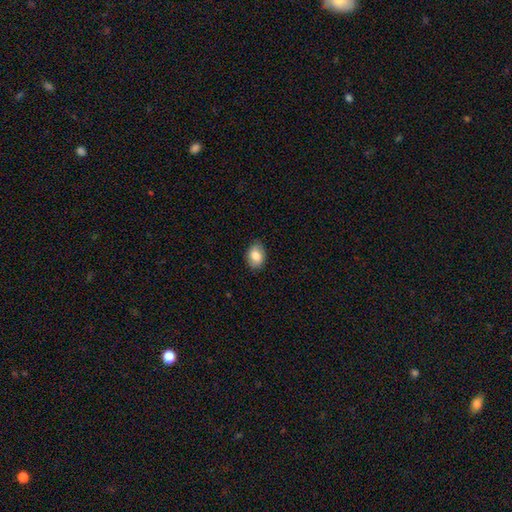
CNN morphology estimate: This appears to be a smooth galaxy with no disk features (77%) that is in between round and cigar-shaped (75%). Merging: none (82%).